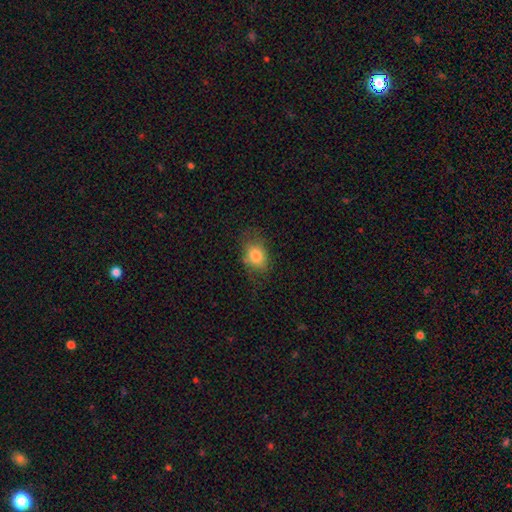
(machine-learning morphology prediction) The model was most divided on "merging": none: 62%, minor disturbance: 24%, major disturbance: 11%, merger: 2%. More confident: smooth or featured — smooth (81%); how rounded — in between (72%).